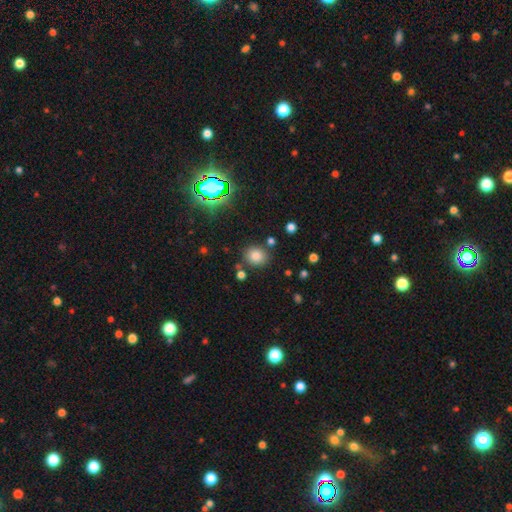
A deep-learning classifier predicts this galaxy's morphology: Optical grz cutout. It shows a smooth galaxy with no disk features (79%) that is round (74%). Merging: none (80%).